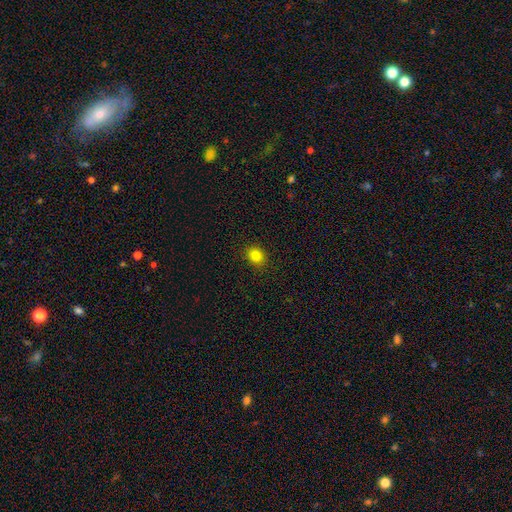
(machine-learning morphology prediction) A smooth galaxy with no disk features (82%) that is round (64%).

Vote fractions:
- Smooth or featured? smooth: 82% / star or artifact: 13% / featured or disk: 6%
- How rounded? round: 64% / in between: 36% / cigar-shaped: 1%
- Merging? none: 90% / minor disturbance: 7% / major disturbance: 2% / merger: 1%